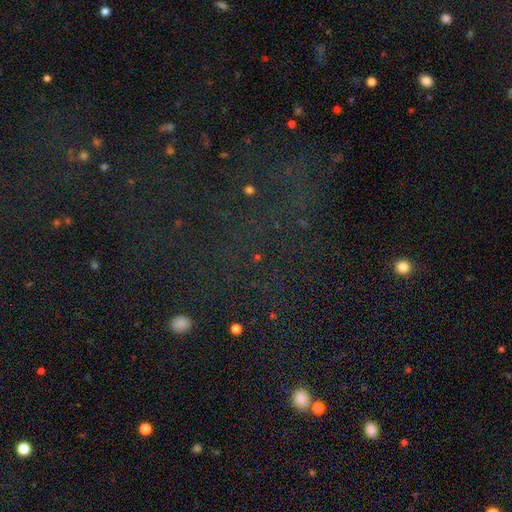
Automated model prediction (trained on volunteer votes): smooth_or_featured: star or artifact (p=0.69) [alt: smooth p=0.19]